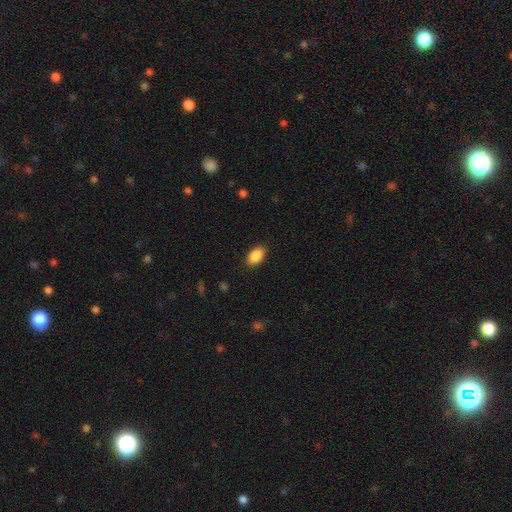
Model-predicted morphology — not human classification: Q: Smooth or featured?
A: smooth (89%); runner-up: star or artifact (7%)
Q: How rounded?
A: in between (92%); runner-up: round (6%)
Q: Merging?
A: none (88%); runner-up: minor disturbance (9%)